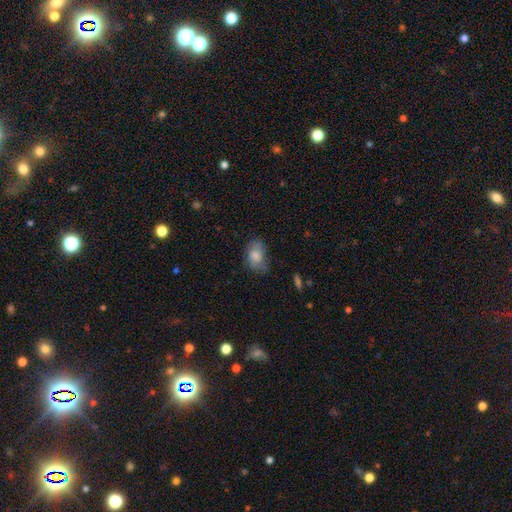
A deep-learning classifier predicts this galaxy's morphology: Smooth or featured?
  - smooth: 73% *
  - featured or disk: 20%
  - star or artifact: 8%
How rounded?
  - in between: 84% *
  - round: 15%
  - cigar-shaped: 2%
Merging?
  - none: 59% *
  - minor disturbance: 28%
  - major disturbance: 11%
  - merger: 2%